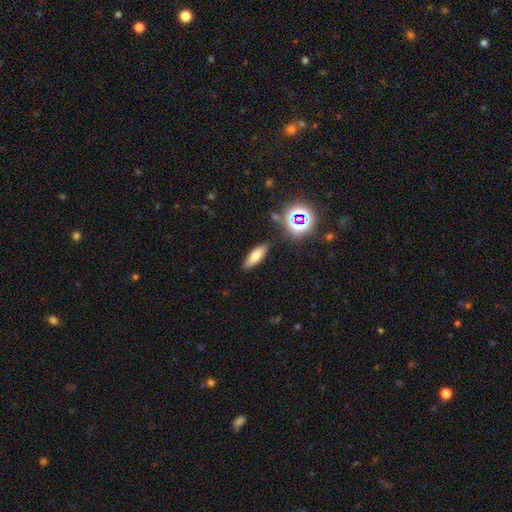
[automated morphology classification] This appears to be a smooth galaxy with no disk features (71%) that is in between round and cigar-shaped (56%). Merging: none (85%).